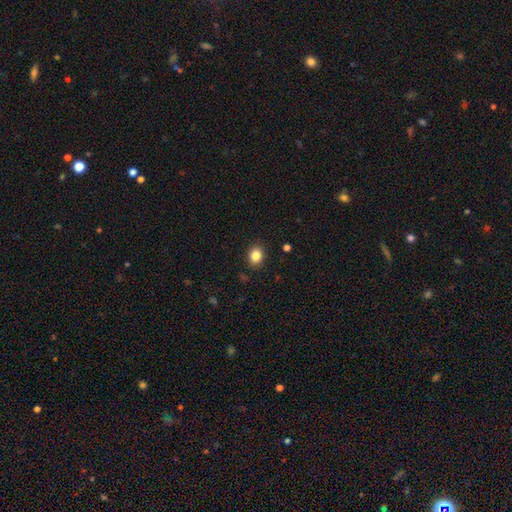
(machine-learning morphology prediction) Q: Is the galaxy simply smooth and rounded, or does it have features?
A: smooth — 84%.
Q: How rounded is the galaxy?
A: round — 53%.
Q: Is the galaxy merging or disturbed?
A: none — 89%.